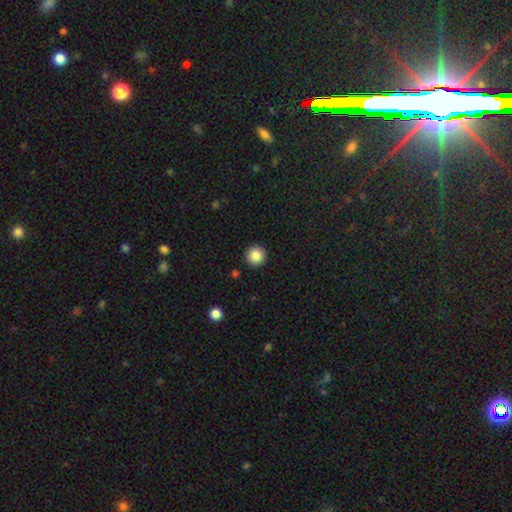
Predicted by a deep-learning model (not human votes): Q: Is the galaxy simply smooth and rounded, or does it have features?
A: smooth — 86%.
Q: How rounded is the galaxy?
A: round — 96%.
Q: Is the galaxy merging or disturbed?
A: none — 92%.